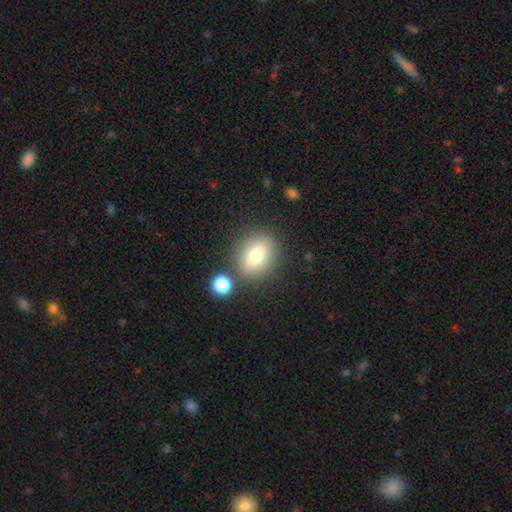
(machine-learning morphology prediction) smooth-or-featured: smooth: 72% | featured or disk: 18% | star or artifact: 10%
  how-rounded: in between: 58% | round: 38% | cigar-shaped: 3%
  merging: none: 79% | minor disturbance: 10% | merger: 8% | major disturbance: 3%